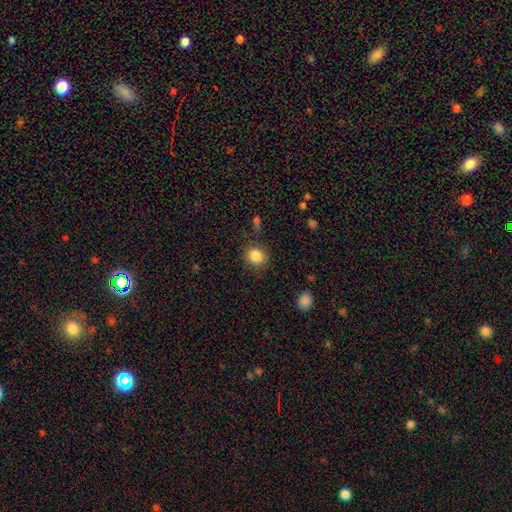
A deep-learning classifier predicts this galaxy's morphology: Smooth or featured? smooth (86%)
How rounded? round (82%)
Merging? none (83%)